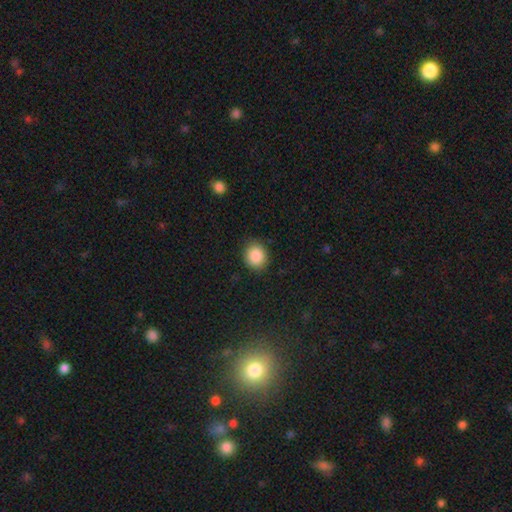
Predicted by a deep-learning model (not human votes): Smooth or featured? smooth (88%)
How rounded? round (79%)
Merging? none (88%)